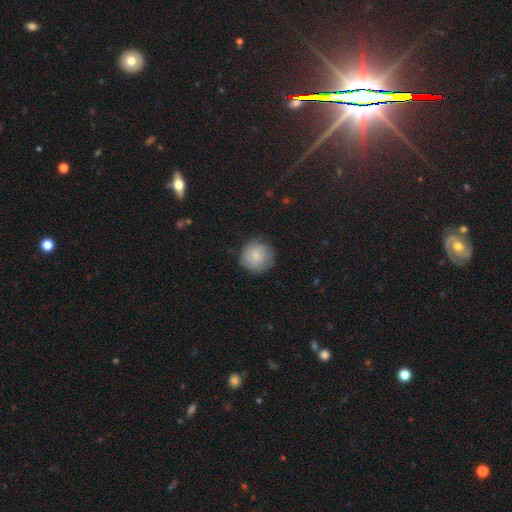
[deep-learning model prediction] Smooth or featured?
  - smooth: 81% *
  - featured or disk: 12%
  - star or artifact: 7%
How rounded?
  - round: 94% *
  - in between: 5%
  - cigar-shaped: 1%
Merging?
  - none: 83% *
  - minor disturbance: 12%
  - major disturbance: 3%
  - merger: 1%